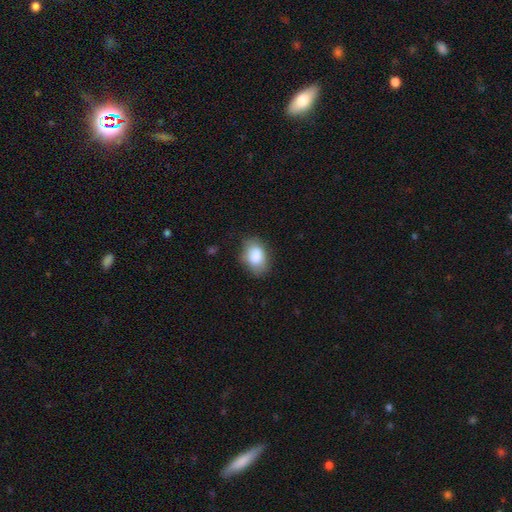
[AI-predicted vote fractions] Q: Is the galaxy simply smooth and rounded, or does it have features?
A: smooth — 85%.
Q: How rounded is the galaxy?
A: in between — 83%.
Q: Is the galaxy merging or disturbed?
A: none — 73%.